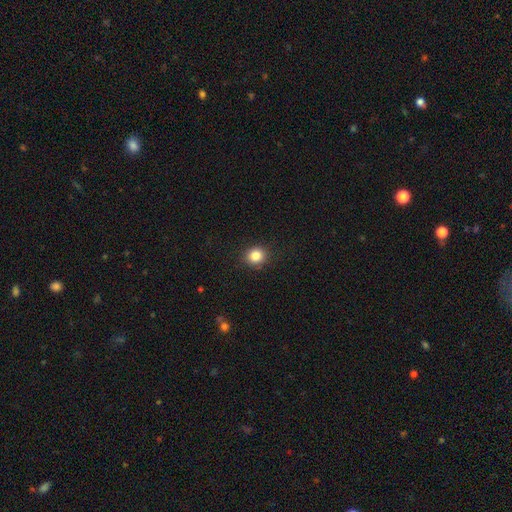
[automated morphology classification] Smooth or featured?
  - smooth: 84% *
  - star or artifact: 11%
  - featured or disk: 5%
How rounded?
  - round: 85% *
  - in between: 14%
  - cigar-shaped: 1%
Merging?
  - none: 89% *
  - minor disturbance: 7%
  - major disturbance: 2%
  - merger: 1%